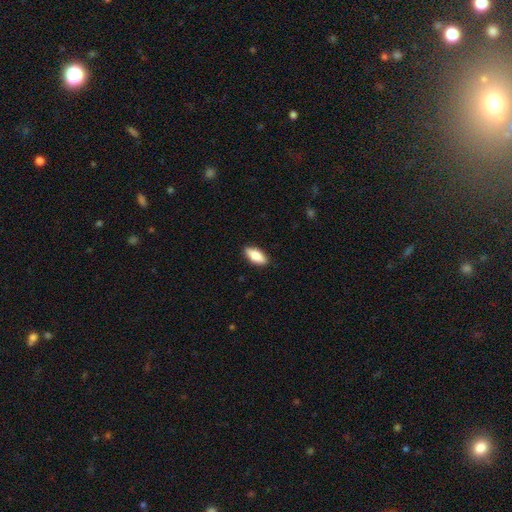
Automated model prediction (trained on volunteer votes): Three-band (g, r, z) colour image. It shows a smooth galaxy with no disk features (80%) that is in between round and cigar-shaped (84%). Merging: none (89%).